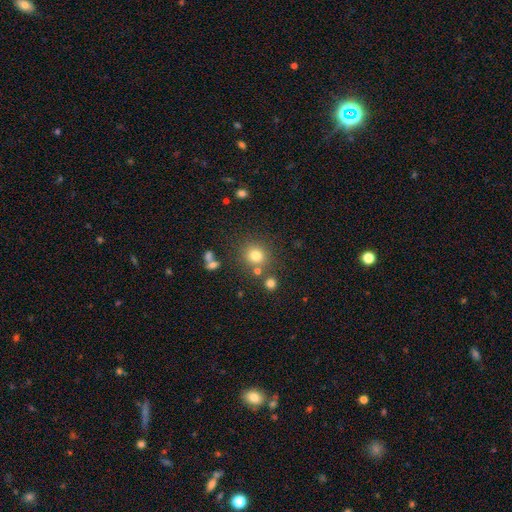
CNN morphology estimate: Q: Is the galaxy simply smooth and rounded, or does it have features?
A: smooth — 77%.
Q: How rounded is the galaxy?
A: round — 88%.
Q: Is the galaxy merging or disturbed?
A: none — 77%.